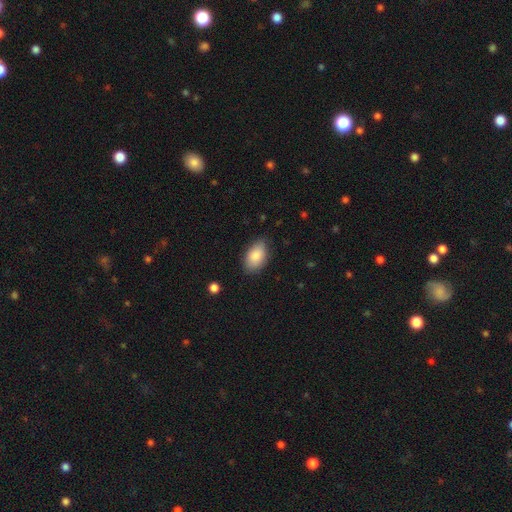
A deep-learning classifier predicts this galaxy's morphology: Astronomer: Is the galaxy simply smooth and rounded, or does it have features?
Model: smooth — 86%.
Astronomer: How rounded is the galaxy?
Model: in between — 93%.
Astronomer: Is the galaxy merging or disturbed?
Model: none — 80%.